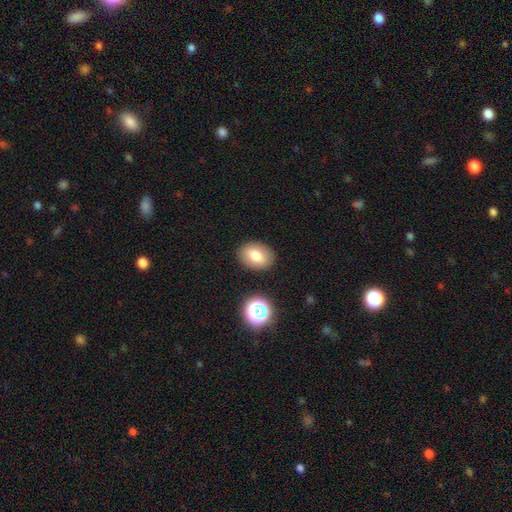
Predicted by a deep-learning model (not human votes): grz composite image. It shows a smooth galaxy with no disk features (78%) that is in between round and cigar-shaped (74%). Merging: none (87%).